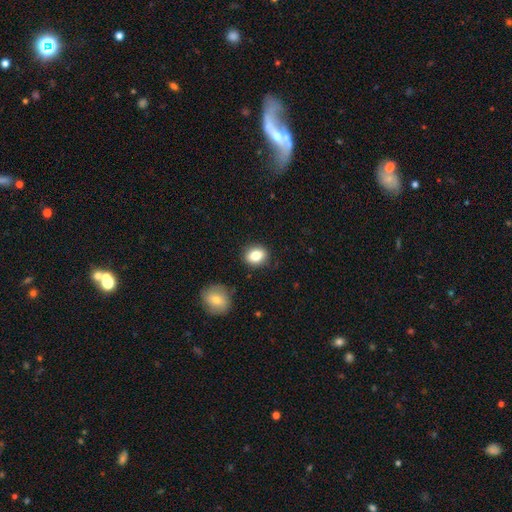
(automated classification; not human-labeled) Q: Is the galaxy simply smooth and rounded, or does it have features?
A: smooth — 82%.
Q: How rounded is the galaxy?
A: round — 55%.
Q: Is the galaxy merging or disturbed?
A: none — 87%.